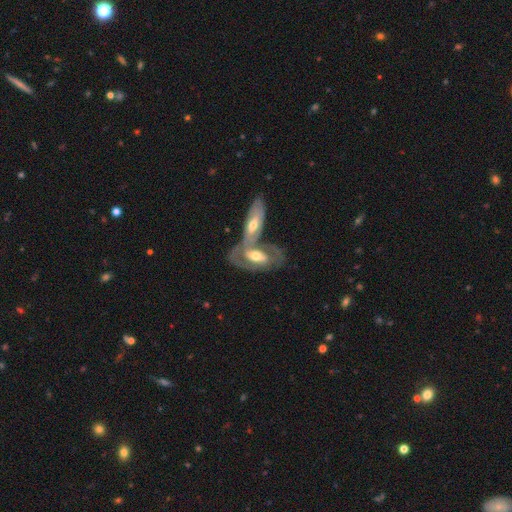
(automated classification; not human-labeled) Smooth or featured? Predicted: featured or disk (p=0.70). Edge-on disk? Predicted: no (p=0.87). Bar? Predicted: no (p=0.42). Spiral arms? Predicted: yes (p=0.76). Bulge size? Predicted: moderate (p=0.68). Merging? Predicted: merger (p=0.57).